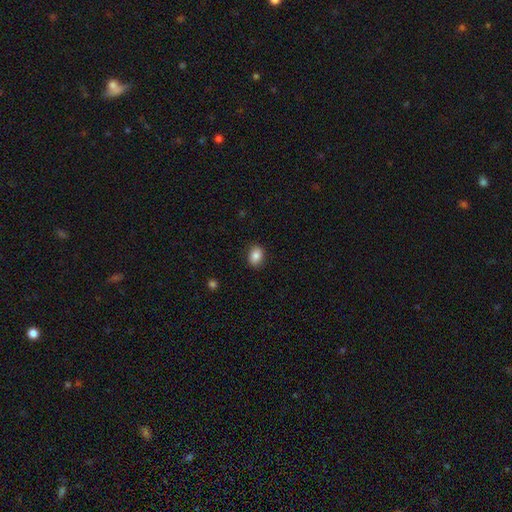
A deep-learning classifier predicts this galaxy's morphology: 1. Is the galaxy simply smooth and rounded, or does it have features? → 86% smooth, 8% star or artifact, 6% featured or disk.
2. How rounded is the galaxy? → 69% in between, 30% round, 1% cigar-shaped.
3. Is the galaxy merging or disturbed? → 88% none, 9% minor disturbance, 2% major disturbance, 1% merger.